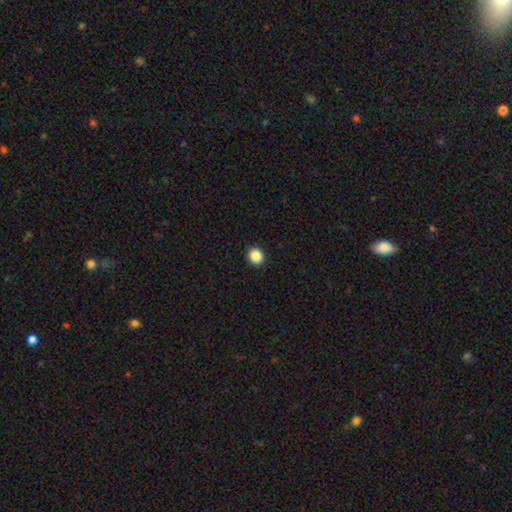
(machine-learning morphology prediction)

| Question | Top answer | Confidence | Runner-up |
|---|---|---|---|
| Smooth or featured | smooth | 87% | star or artifact (10%) |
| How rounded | round | 86% | in between (14%) |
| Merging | none | 93% | minor disturbance (4%) |